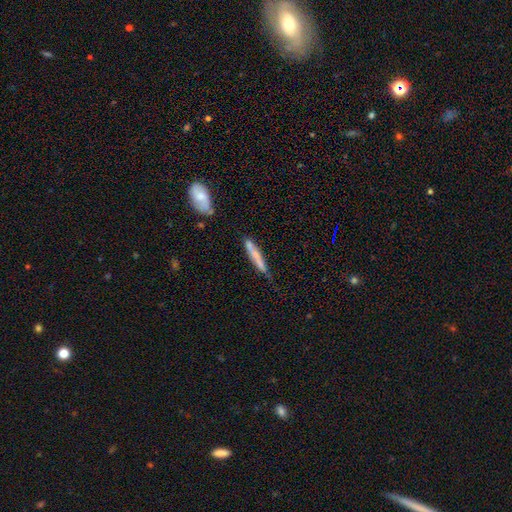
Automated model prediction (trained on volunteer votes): smooth-or-featured: smooth: 59% | featured or disk: 34% | star or artifact: 7%
  how-rounded: cigar-shaped: 93% | in between: 5% | round: 2%
  merging: none: 57% | minor disturbance: 27% | merger: 8% | major disturbance: 8%